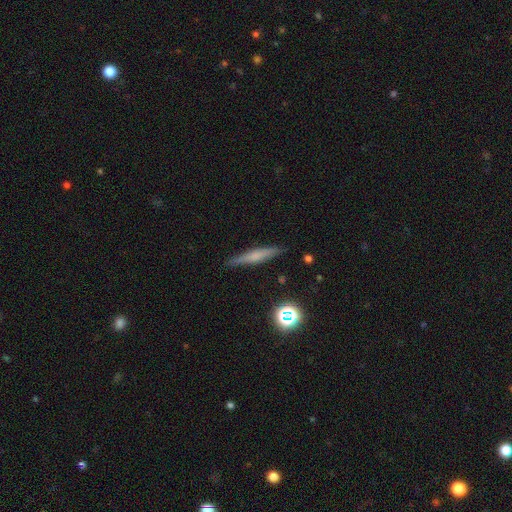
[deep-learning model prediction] Smooth or featured? Predicted: featured or disk (p=0.45, tied with smooth). Merging? Predicted: none (p=0.88).